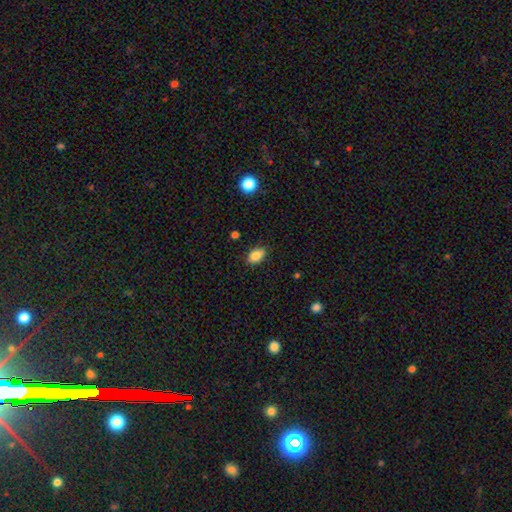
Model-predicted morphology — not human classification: Smooth or featured? Predicted: smooth (p=0.85). How rounded? Predicted: in between (p=0.86). Merging? Predicted: none (p=0.83).